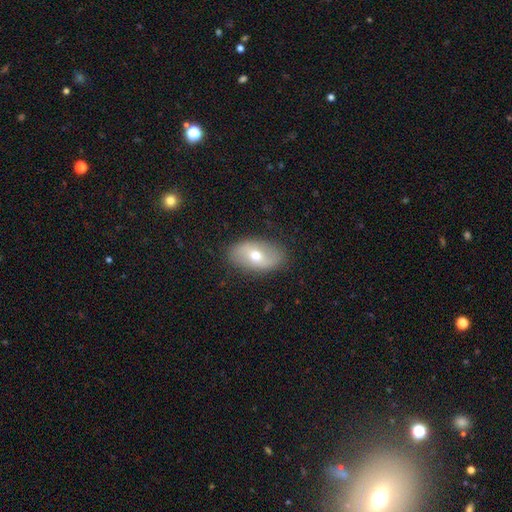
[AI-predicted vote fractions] Morphology: type=smooth (51%); roundness=in between (88%); merging=none (84%).